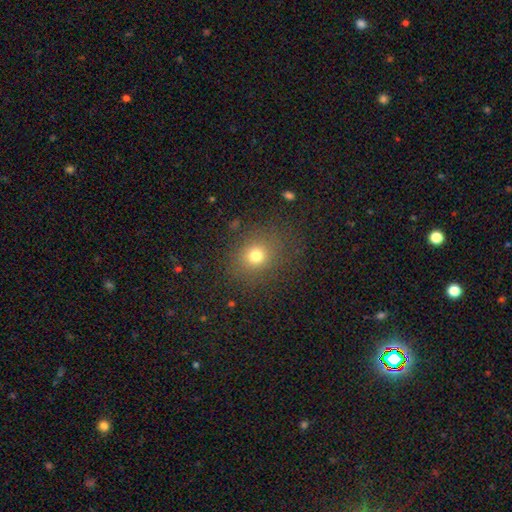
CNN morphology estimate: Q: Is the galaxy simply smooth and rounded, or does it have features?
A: smooth — 74%.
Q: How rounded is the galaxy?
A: round — 69%.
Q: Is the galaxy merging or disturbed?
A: none — 83%.